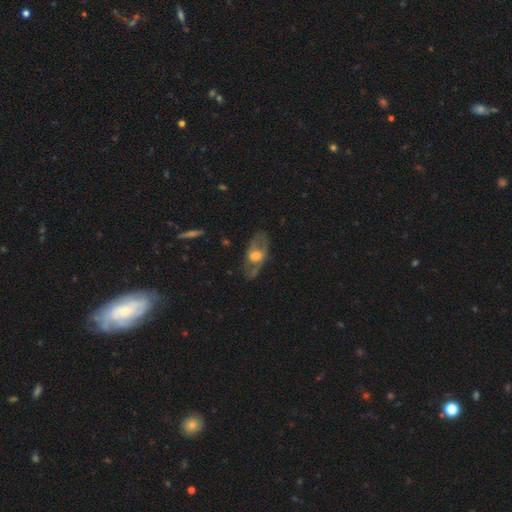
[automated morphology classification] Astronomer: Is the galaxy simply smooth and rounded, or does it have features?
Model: featured or disk — 59% (runner-up: smooth, 34%).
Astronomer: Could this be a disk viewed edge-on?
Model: no — 80%.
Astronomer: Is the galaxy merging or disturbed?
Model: none — 64%.